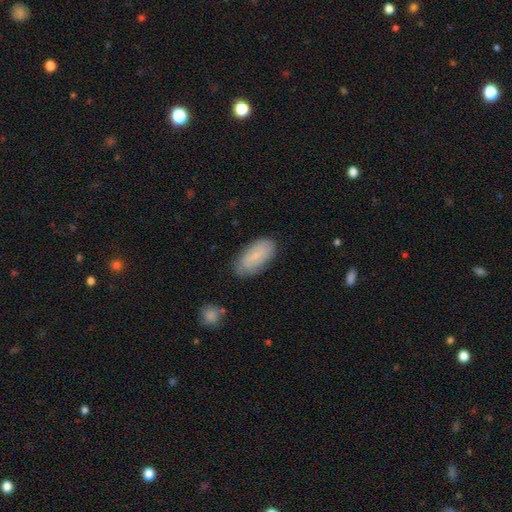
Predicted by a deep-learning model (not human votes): Smooth or featured? Predicted: smooth (p=0.59). How rounded? Predicted: in between (p=0.92). Merging? Predicted: none (p=0.77).